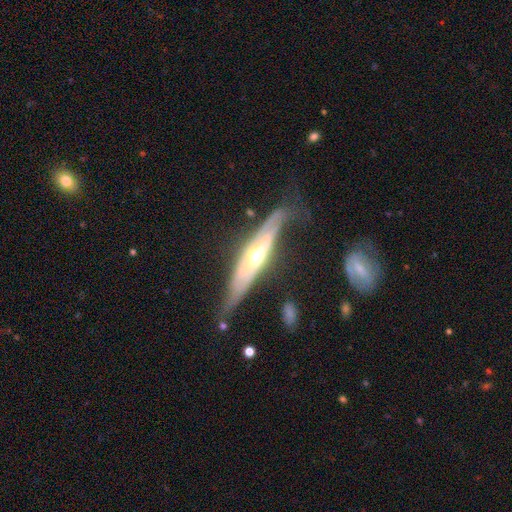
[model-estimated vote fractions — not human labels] smooth_or_featured: featured or disk (p=0.78) [alt: smooth p=0.17]
disk_edge_on: yes (p=0.78) [alt: no p=0.22]
edge_on_bulge: rounded (p=0.77) [alt: none p=0.14]
merging: none (p=0.56) [alt: minor disturbance p=0.27]